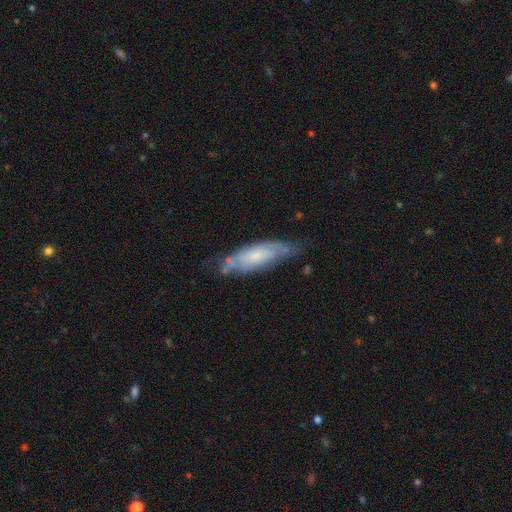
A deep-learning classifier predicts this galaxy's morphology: Overall: featured or disk (53%; smooth 41%). Edge-on disk: no (69%; yes 31%). Merging: none (56%; minor disturbance 31%).